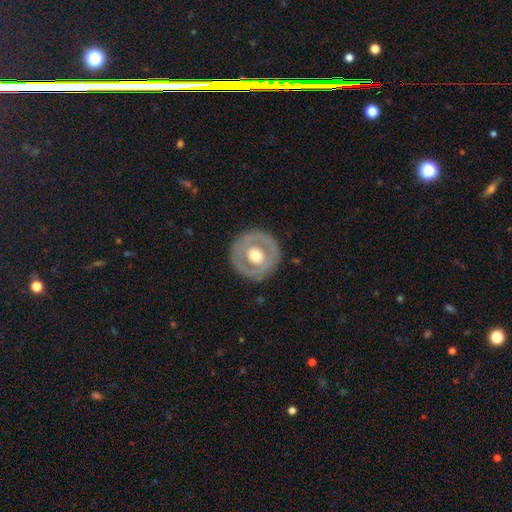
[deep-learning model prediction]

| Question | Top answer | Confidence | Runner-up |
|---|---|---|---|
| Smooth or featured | featured or disk | 58% | smooth (37%) |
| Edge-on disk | no | 95% | yes (5%) |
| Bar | no | 81% | weak (14%) |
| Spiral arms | no | 85% | yes (15%) |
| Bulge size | moderate | 67% | large (25%) |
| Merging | none | 85% | minor disturbance (10%) |